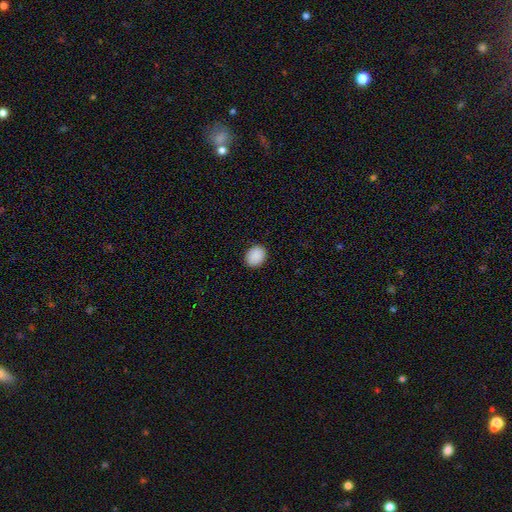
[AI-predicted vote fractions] Morphology: type=smooth (90%); roundness=round (50%); merging=none (90%).